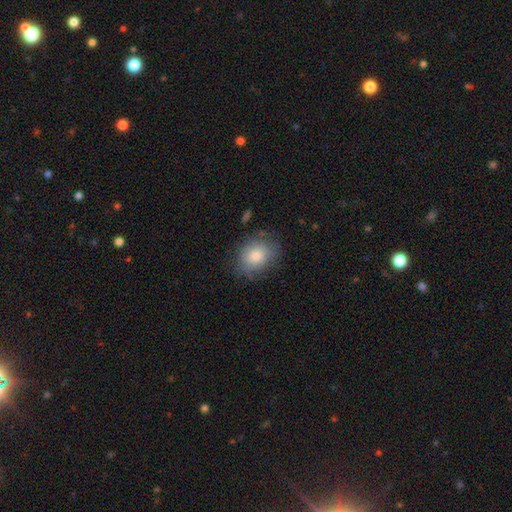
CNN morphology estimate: This appears to be a smooth galaxy with no disk features (80%) that is round (51%). Merging: none (72%).